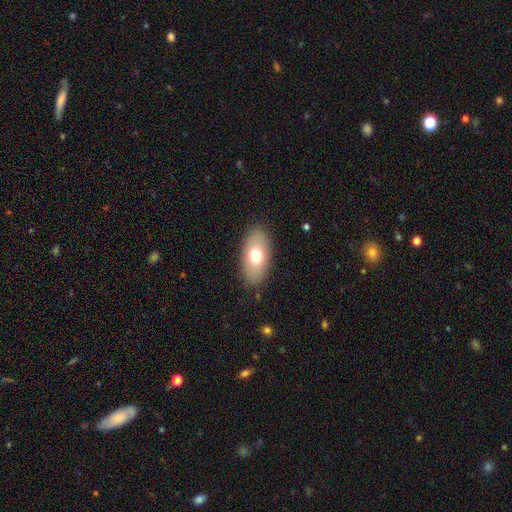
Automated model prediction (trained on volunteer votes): This appears to be a smooth galaxy with no disk features (71%) that is in between round and cigar-shaped (92%). Merging: none (86%).